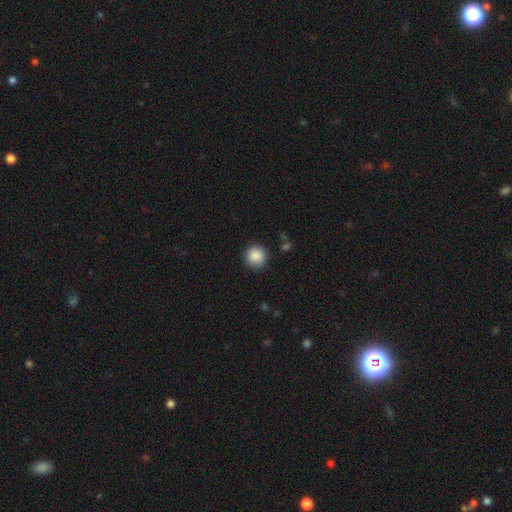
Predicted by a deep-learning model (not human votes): Smooth or featured?
  - smooth: 88% *
  - star or artifact: 9%
  - featured or disk: 3%
How rounded?
  - round: 94% *
  - in between: 5%
  - cigar-shaped: 1%
Merging?
  - none: 88% *
  - minor disturbance: 8%
  - major disturbance: 2%
  - merger: 2%